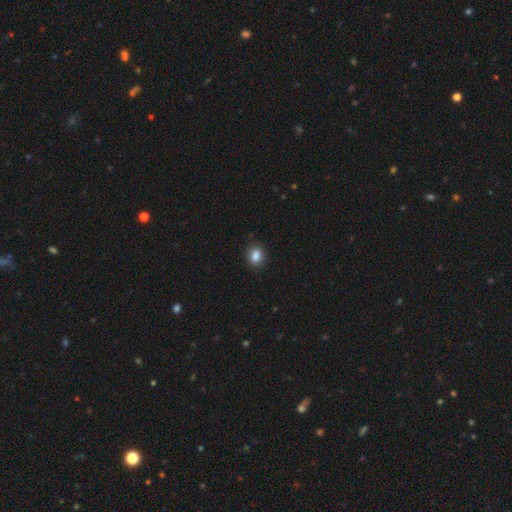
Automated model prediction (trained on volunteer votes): This is clearly a smooth galaxy (86%). How rounded: possibly round (57%). Merging: clearly none (90%).